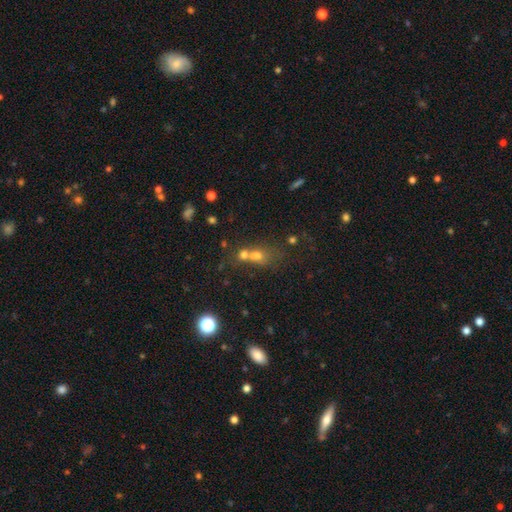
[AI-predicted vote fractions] Smooth or featured? Predicted: smooth (p=0.57). How rounded? Predicted: round (p=0.64). Merging? Predicted: merger (p=0.56).